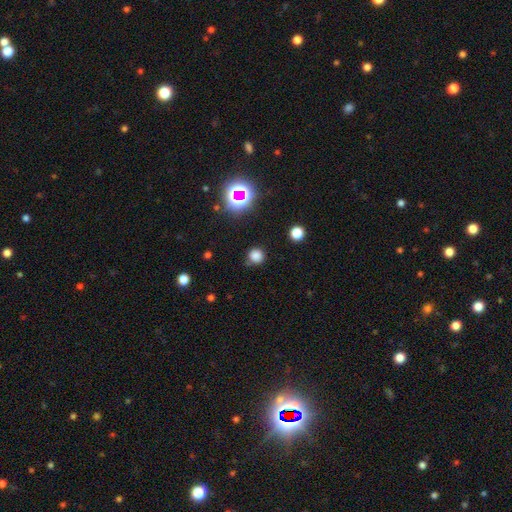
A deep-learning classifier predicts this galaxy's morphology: A smooth galaxy with no disk features (75%) that is round (92%). Merging: none (81%).